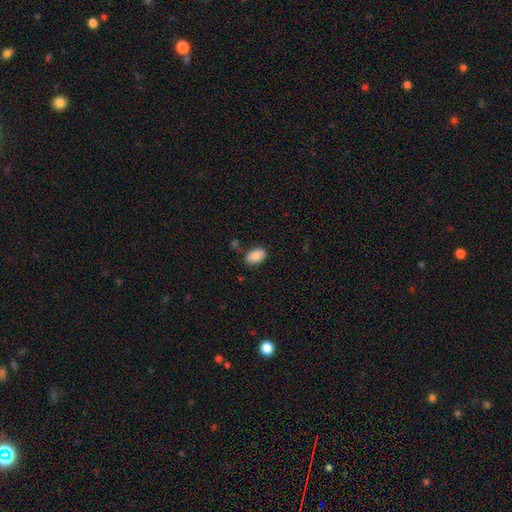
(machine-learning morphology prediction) smooth-or-featured: smooth: 88% | star or artifact: 7% | featured or disk: 5%
  how-rounded: in between: 91% | round: 8% | cigar-shaped: 1%
  merging: none: 80% | minor disturbance: 14% | merger: 4% | major disturbance: 3%